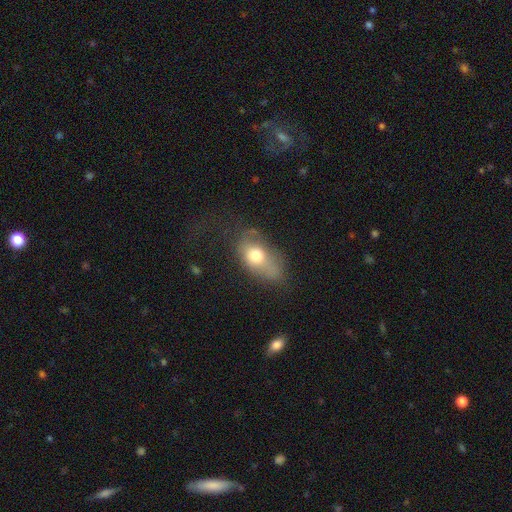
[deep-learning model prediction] smooth 69%, featured or disk 21%, star or artifact 10%. Down the decision tree: how rounded — in between (82%); merging — none (35%).